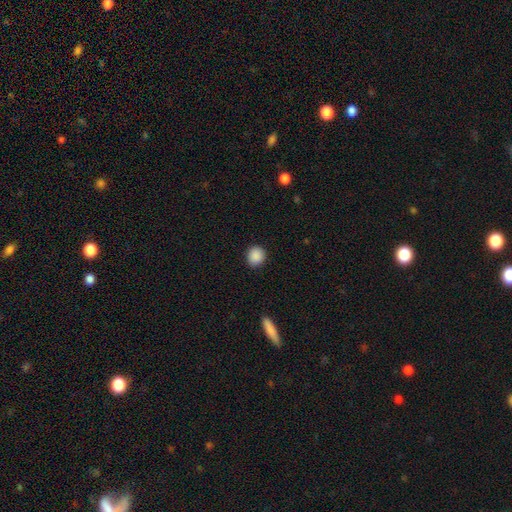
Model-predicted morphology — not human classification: Q: Smooth or featured?
A: smooth (89%); runner-up: star or artifact (8%)
Q: How rounded?
A: round (85%); runner-up: in between (14%)
Q: Merging?
A: none (90%); runner-up: minor disturbance (7%)